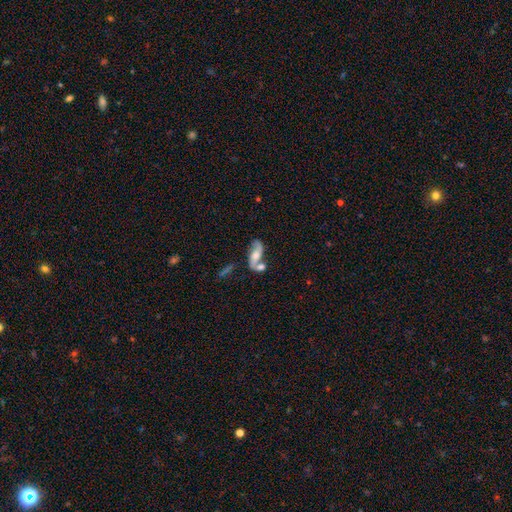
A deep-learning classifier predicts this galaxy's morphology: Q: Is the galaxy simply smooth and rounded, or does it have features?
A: featured or disk — 72%.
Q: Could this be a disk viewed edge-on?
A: no — 91%.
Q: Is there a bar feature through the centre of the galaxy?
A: no — 55%.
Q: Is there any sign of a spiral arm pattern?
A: yes — 90%.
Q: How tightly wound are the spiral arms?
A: loose — 70%.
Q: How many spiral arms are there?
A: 2 — 90%.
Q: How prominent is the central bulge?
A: moderate — 52%.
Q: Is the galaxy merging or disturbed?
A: none — 46%.